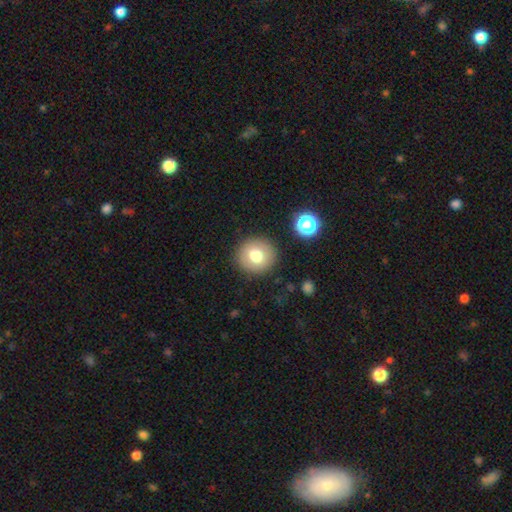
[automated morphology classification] smooth 76%, featured or disk 14%, star or artifact 11%. Down the decision tree: how rounded — round (91%); merging — none (88%).